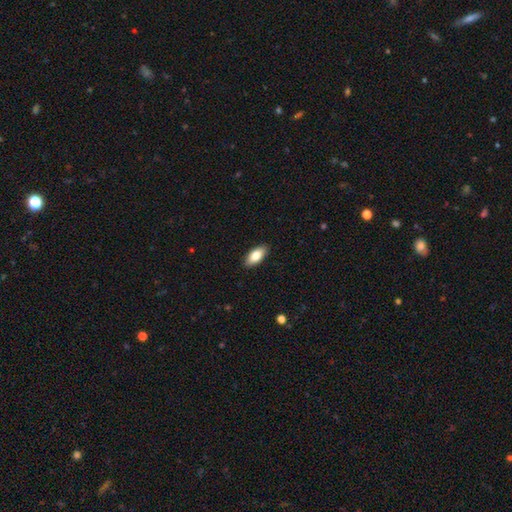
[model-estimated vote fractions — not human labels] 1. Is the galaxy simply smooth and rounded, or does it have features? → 83% smooth, 11% featured or disk, 6% star or artifact.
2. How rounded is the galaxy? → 89% in between, 9% cigar-shaped, 2% round.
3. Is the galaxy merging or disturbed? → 89% none, 8% minor disturbance, 2% major disturbance, 1% merger.